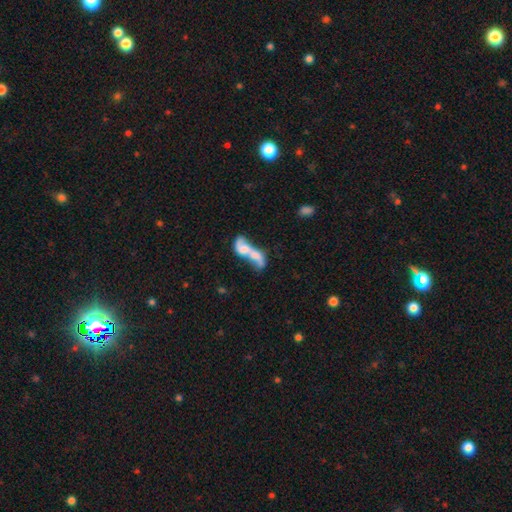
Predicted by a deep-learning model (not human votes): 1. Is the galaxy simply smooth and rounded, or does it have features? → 55% featured or disk, 36% smooth, 9% star or artifact.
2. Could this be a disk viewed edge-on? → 92% no, 8% yes.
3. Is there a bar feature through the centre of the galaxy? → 68% no, 23% weak, 9% strong.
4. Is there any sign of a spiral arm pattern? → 52% yes, 48% no.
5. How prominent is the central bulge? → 35% none, 28% moderate, 23% small, 11% large, 3% dominant.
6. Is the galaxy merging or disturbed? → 66% merger, 14% none, 13% major disturbance, 7% minor disturbance.